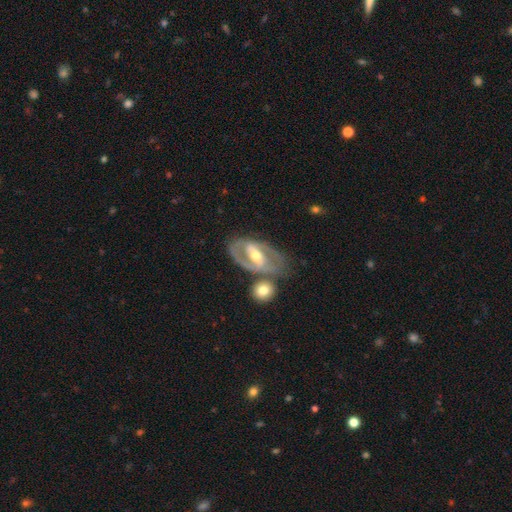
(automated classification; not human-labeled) A featured or disk galaxy (81%) with a strong bar (41%), 2 (72%) tight (47%) spiral arms (72%) and a moderate central bulge (66%).

Vote fractions:
- Smooth or featured? featured or disk: 81% / smooth: 13% / star or artifact: 6%
- Edge-on disk? no: 93% / yes: 7%
- Bar? strong: 41% / weak: 36% / no: 23%
- Spiral arms? yes: 72% / no: 28%
- Spiral winding? tight: 47% / medium: 39% / loose: 14%
- Spiral arm count? 2: 72% / can't tell: 18% / 1: 5% / 3: 2% / 4: 1% / more than 4: 1%
- Bulge size? moderate: 66% / small: 29% / large: 3% / none: 1% / dominant: 1%
- Merging? none: 60% / merger: 17% / minor disturbance: 15% / major disturbance: 7%